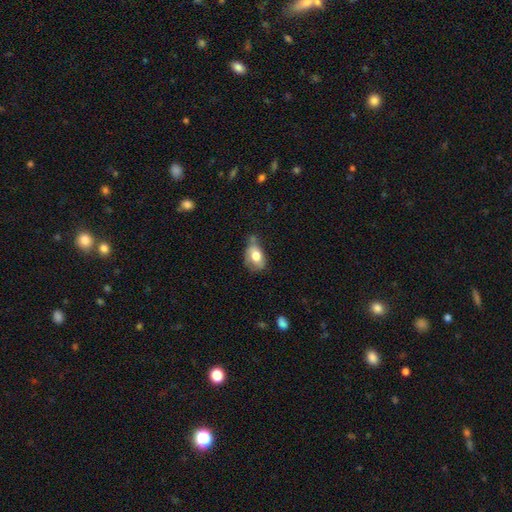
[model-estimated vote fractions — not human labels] Smooth or featured? Predicted: smooth (p=0.70). How rounded? Predicted: in between (p=0.84). Merging? Predicted: minor disturbance (p=0.40).